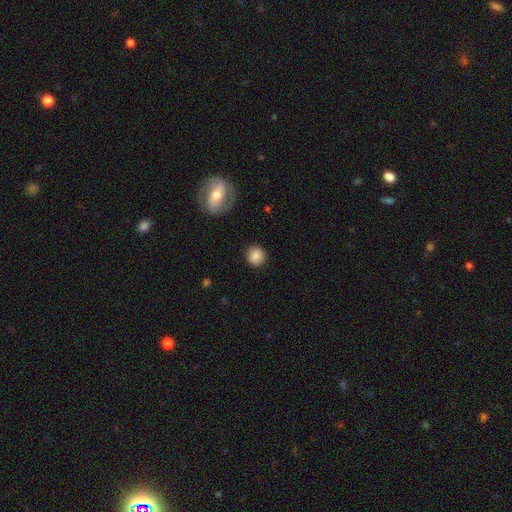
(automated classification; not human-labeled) This is clearly a smooth galaxy (85%). How rounded: clearly round (90%). Merging: clearly none (90%).